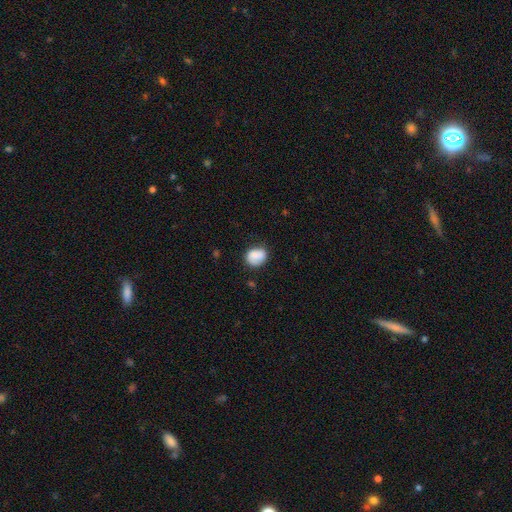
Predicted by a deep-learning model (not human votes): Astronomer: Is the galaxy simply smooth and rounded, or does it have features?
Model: smooth — 79%.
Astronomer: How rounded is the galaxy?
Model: round — 57% (runner-up: in between, 42%).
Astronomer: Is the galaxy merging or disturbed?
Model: none — 67%.